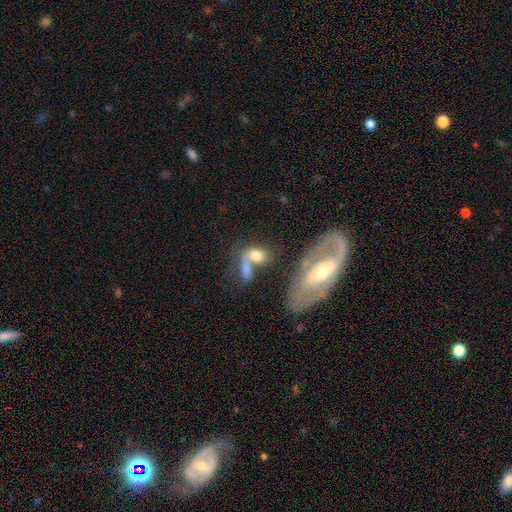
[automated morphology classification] type=smooth (62%); roundness=in between (71%); merging=merger (52%).